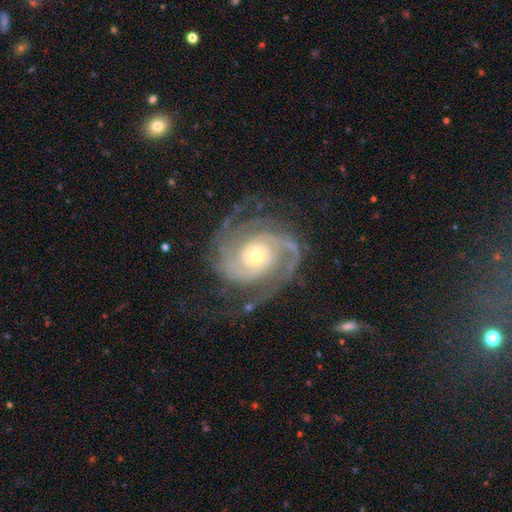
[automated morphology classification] Overall: featured or disk (92%). Edge-on disk: no (98%). Bar: no (72%). Spiral arms: yes (98%). Spiral arm count: 2 (60%). Spiral winding: tight (60%; medium 34%). Bulge size: small (53%; moderate 42%). Merging: none (72%).